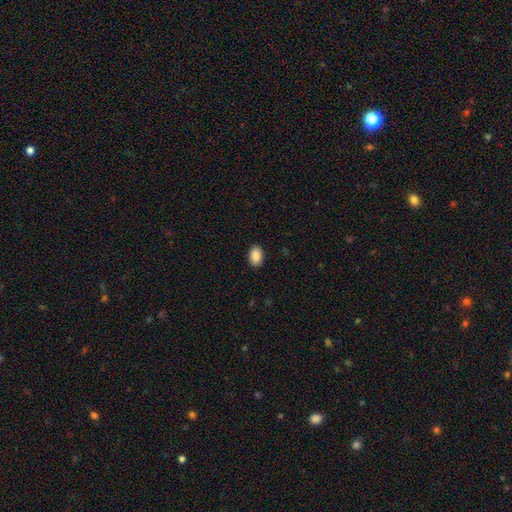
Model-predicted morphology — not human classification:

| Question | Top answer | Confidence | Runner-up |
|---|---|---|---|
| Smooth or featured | smooth | 89% | star or artifact (7%) |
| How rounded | in between | 84% | round (15%) |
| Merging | none | 90% | minor disturbance (7%) |